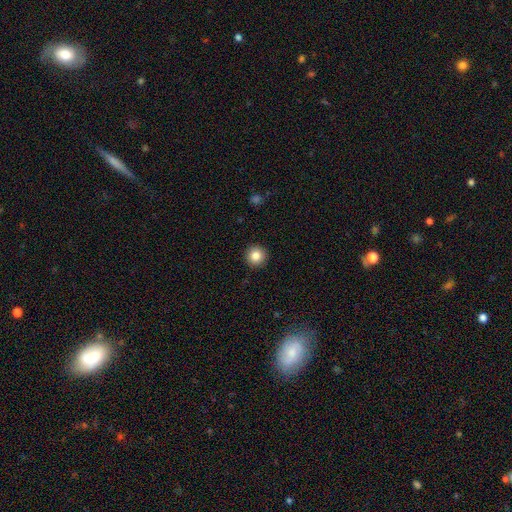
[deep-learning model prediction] smooth-or-featured: smooth: 84% | star or artifact: 10% | featured or disk: 6%
  how-rounded: round: 96% | in between: 3% | cigar-shaped: 1%
  merging: none: 93% | minor disturbance: 5% | major disturbance: 1% | merger: 1%